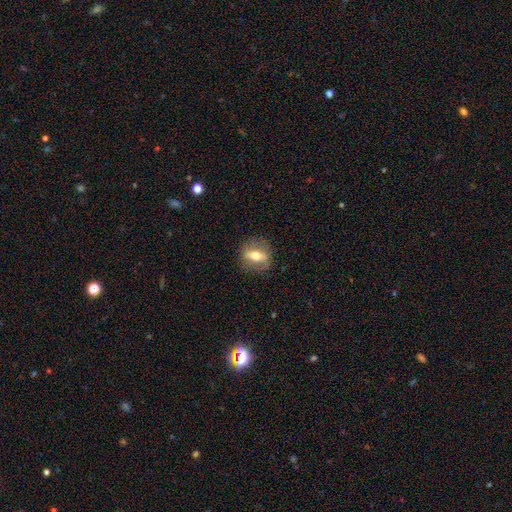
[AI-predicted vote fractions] smooth-or-featured: featured or disk: 51% | smooth: 41% | star or artifact: 8%
  disk-edge-on: no: 55% | yes: 45%
  merging: none: 84% | minor disturbance: 11% | major disturbance: 4% | merger: 1%